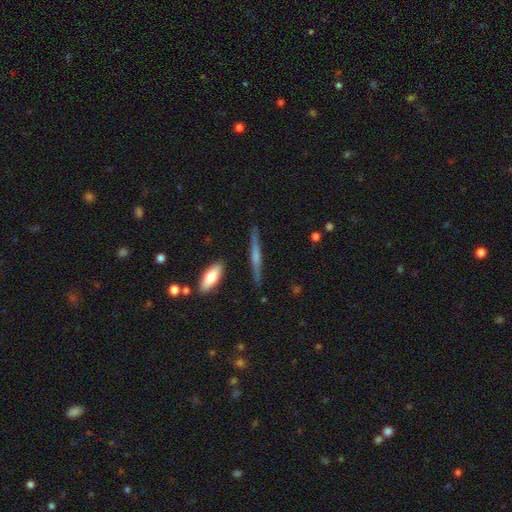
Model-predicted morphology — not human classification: Overall: featured or disk (57%; smooth 36%). Edge-on disk: yes (96%). Edge-on bulge: rounded (47%; none 35%). Merging: none (85%).